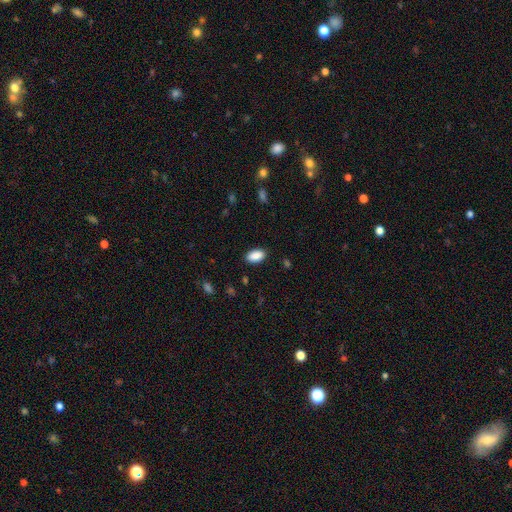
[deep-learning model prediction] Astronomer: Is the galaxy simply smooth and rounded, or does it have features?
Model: smooth — 90%.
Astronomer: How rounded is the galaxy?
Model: in between — 94%.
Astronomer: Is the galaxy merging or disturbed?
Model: none — 88%.